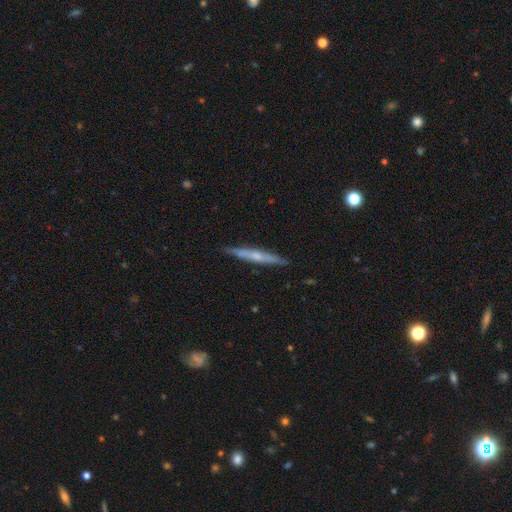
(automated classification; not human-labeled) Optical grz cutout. It shows a featured or disk galaxy (59%) viewed edge-on (96%) with a rounded central bulge (55%). Merging: none (89%).